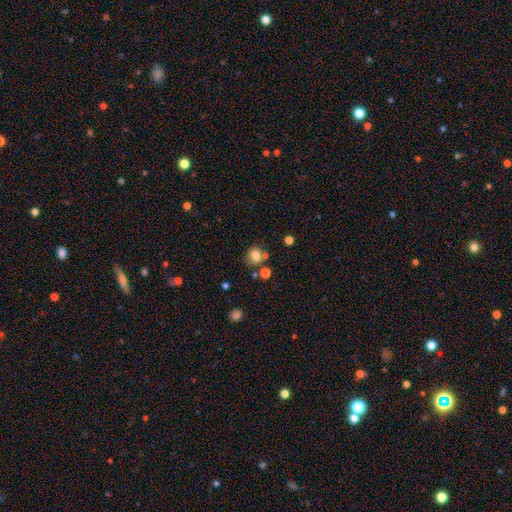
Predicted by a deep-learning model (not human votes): Overall: smooth (79%). How rounded: round (80%). Merging: none (67%).